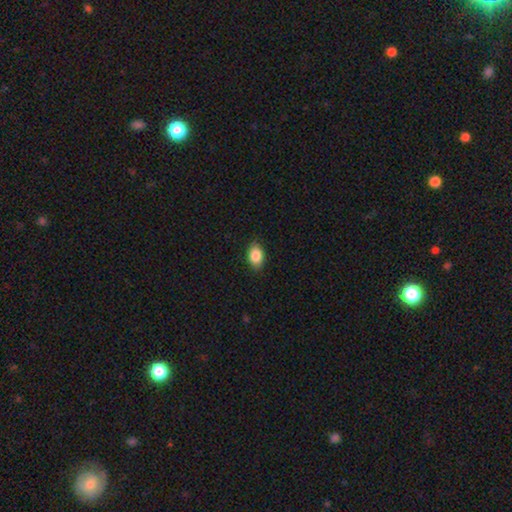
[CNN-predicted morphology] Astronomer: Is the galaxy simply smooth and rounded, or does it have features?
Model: smooth — 86%.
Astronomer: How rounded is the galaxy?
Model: in between — 85%.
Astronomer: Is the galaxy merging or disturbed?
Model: none — 86%.